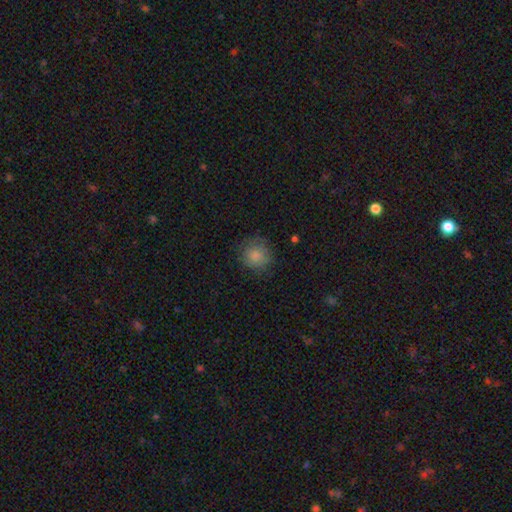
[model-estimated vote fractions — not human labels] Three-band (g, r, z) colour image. It shows a smooth galaxy with no disk features (83%) that is round (89%). Merging: none (78%).